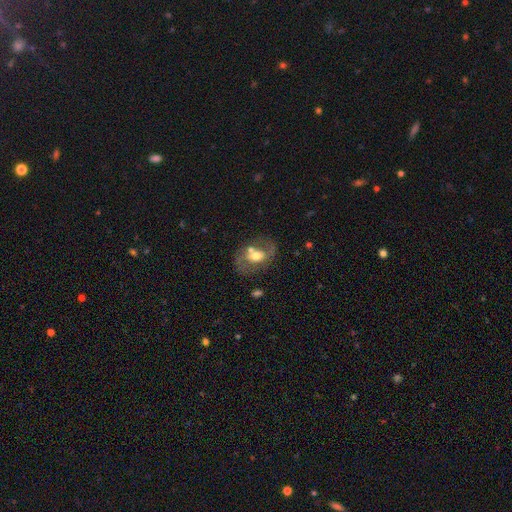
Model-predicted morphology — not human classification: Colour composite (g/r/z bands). It shows a featured or disk galaxy (59%) with no bar (53%), spiral arms (59%) and a moderate central bulge (66%). Merging: none (55%).